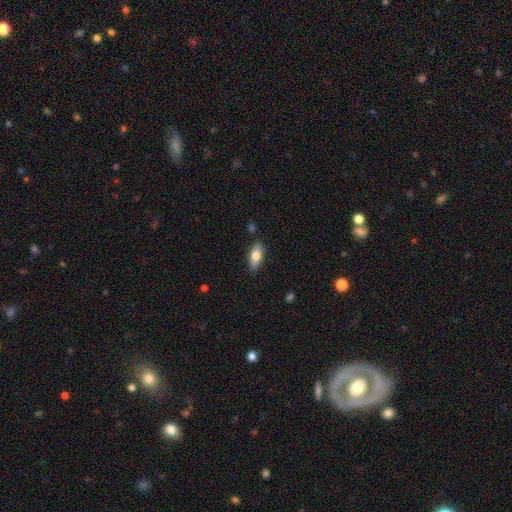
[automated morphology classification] smooth_or_featured: smooth (p=0.73) [alt: featured or disk p=0.21]
how_rounded: in between (p=0.78) [alt: cigar-shaped p=0.19]
merging: none (p=0.86) [alt: minor disturbance p=0.10]